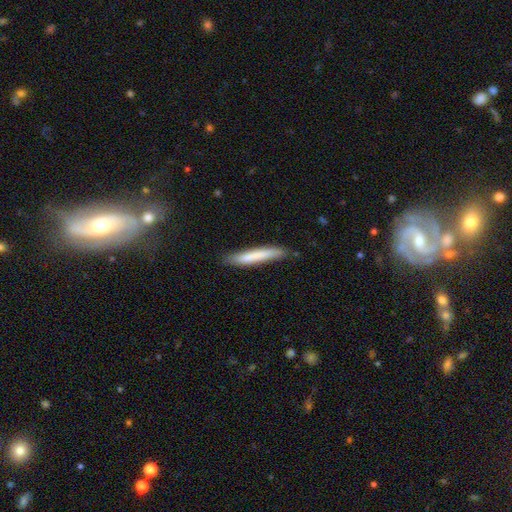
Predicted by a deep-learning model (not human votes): smooth-or-featured: smooth: 75% | featured or disk: 19% | star or artifact: 6%
  how-rounded: cigar-shaped: 94% | in between: 5% | round: 1%
  merging: none: 84% | minor disturbance: 12% | major disturbance: 2% | merger: 1%